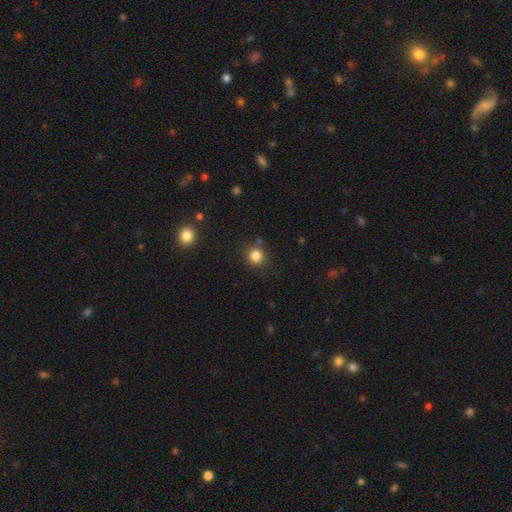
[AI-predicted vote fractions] This appears to be a smooth galaxy with no disk features (83%) that is round (89%). Merging: none (83%).